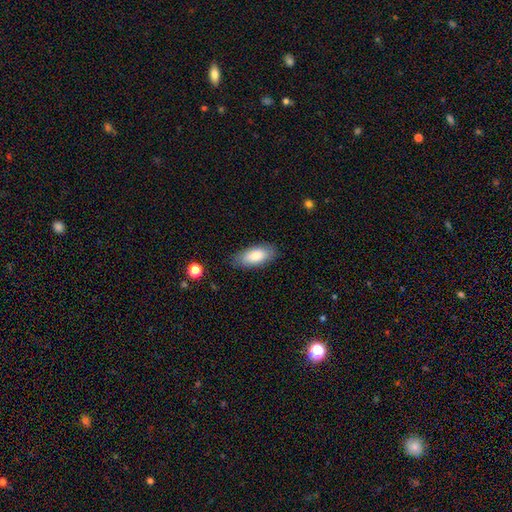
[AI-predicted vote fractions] Overall: smooth (81%). How rounded: in between (86%). Merging: none (82%).